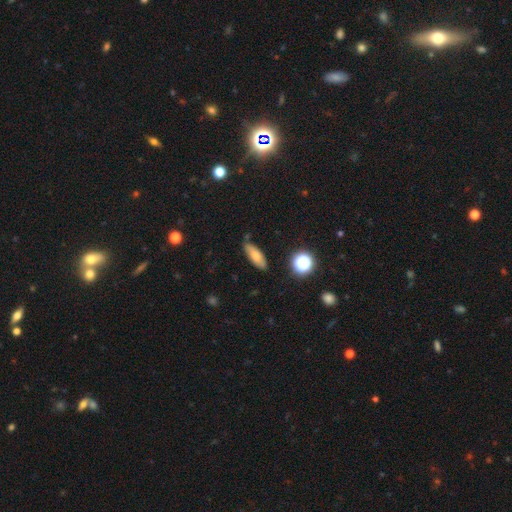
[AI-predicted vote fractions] Smooth or featured? Predicted: smooth (p=0.72). How rounded? Predicted: in between (p=0.60). Merging? Predicted: none (p=0.79).